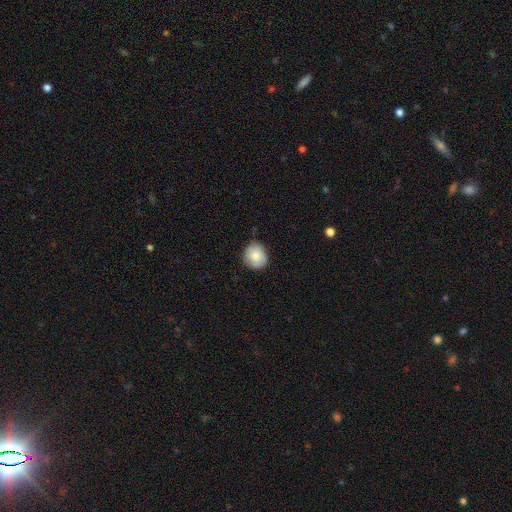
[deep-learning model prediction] smooth 81%, featured or disk 11%, star or artifact 7%. Down the decision tree: how rounded — round (81%); merging — none (77%).